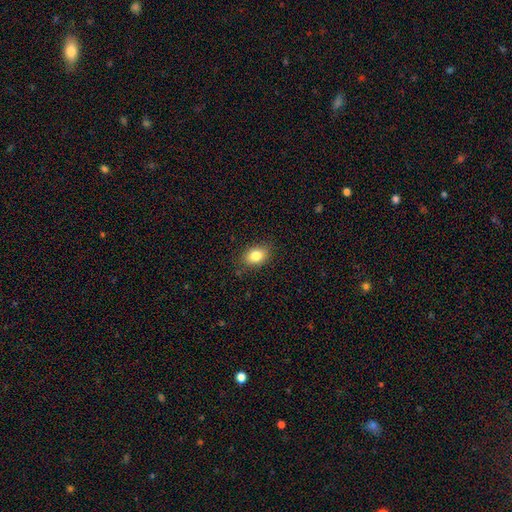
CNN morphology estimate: smooth_or_featured: smooth (p=0.83) [alt: star or artifact p=0.09]
how_rounded: in between (p=0.78) [alt: round p=0.20]
merging: none (p=0.84) [alt: minor disturbance p=0.12]